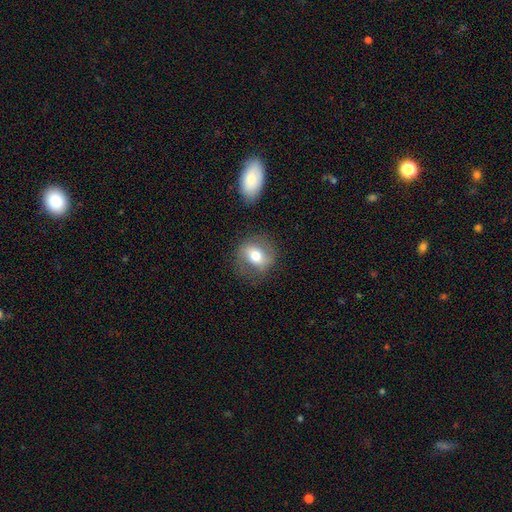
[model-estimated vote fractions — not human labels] Morphology: type=smooth (62%); roundness=round (61%); merging=none (75%).